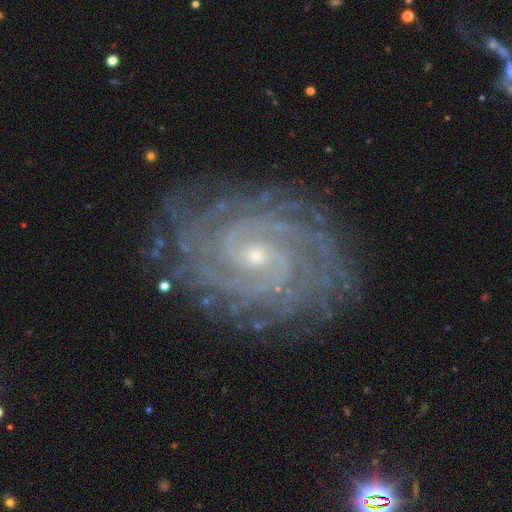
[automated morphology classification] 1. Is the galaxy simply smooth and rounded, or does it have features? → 91% featured or disk, 6% star or artifact, 3% smooth.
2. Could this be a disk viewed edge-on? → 98% no, 2% yes.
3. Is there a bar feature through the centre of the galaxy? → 51% no, 34% weak, 15% strong.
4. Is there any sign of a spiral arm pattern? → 99% yes, 1% no.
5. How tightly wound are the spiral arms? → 85% tight, 13% medium, 2% loose.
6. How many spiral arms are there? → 28% 2, 17% can't tell, 16% 4, 15% 3, 15% more than 4, 9% 1.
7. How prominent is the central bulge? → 75% small, 22% moderate, 1% none, 1% large, 1% dominant.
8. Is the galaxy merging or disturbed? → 83% none, 12% minor disturbance, 4% major disturbance, 1% merger.